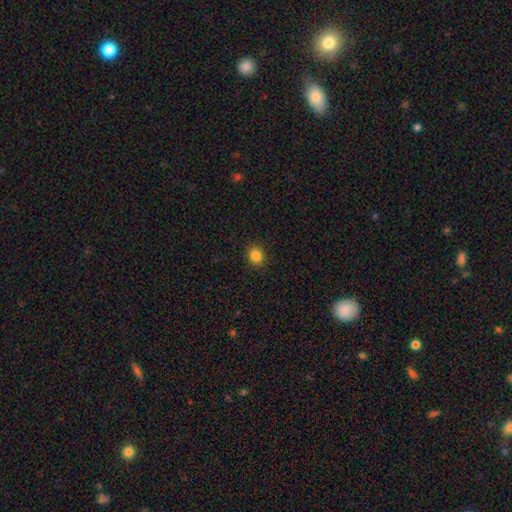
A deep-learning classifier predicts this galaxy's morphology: smooth 85%, star or artifact 11%, featured or disk 4%. Down the decision tree: how rounded — round (80%); merging — none (90%).